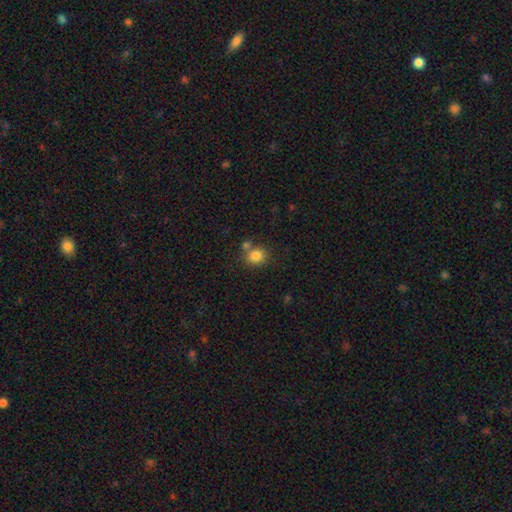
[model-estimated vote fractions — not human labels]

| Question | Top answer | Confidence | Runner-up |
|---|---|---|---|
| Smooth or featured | smooth | 83% | star or artifact (11%) |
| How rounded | round | 78% | in between (21%) |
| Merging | none | 65% | merger (21%) |